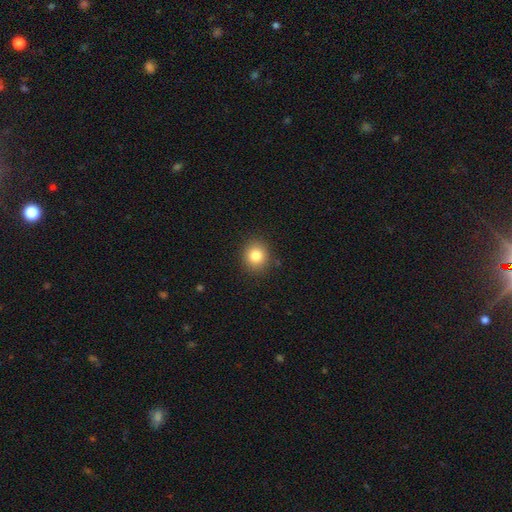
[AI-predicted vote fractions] Overall: smooth (83%). How rounded: round (82%). Merging: none (89%).